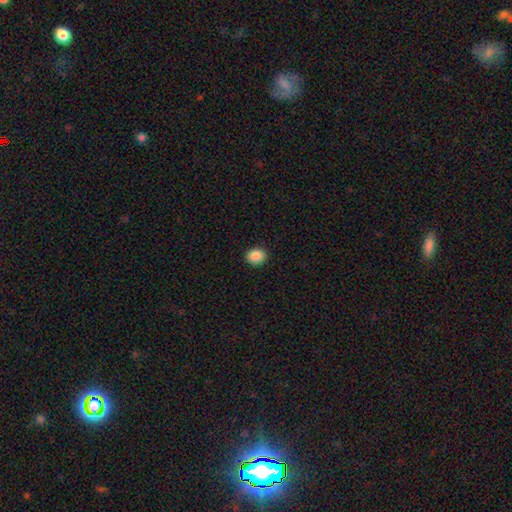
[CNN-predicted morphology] smooth_or_featured: smooth (p=0.88) [alt: star or artifact p=0.08]
how_rounded: round (p=0.63) [alt: in between p=0.36]
merging: none (p=0.91) [alt: minor disturbance p=0.06]